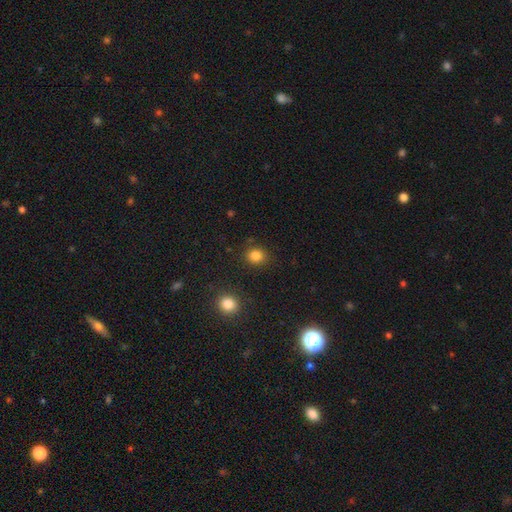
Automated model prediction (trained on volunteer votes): A smooth galaxy with no disk features (84%) that is round (78%).

Vote fractions:
- Smooth or featured? smooth: 84% / star or artifact: 12% / featured or disk: 4%
- How rounded? round: 78% / in between: 21% / cigar-shaped: 1%
- Merging? none: 86% / minor disturbance: 8% / major disturbance: 3% / merger: 2%